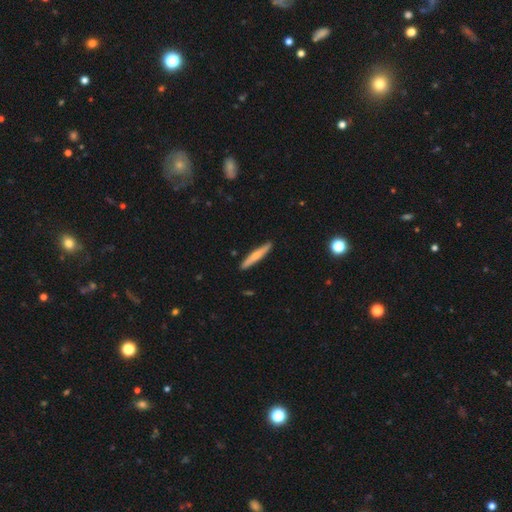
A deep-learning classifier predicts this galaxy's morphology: smooth-or-featured: smooth: 64% | featured or disk: 31% | star or artifact: 5%
  how-rounded: cigar-shaped: 94% | in between: 5% | round: 1%
  merging: none: 90% | minor disturbance: 7% | major disturbance: 1% | merger: 1%